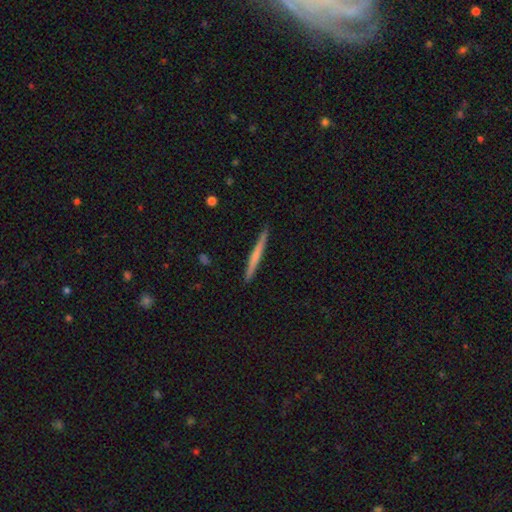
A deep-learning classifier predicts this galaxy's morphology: This is possibly a smooth galaxy (51%). How rounded: clearly cigar-shaped (97%). Merging: clearly none (90%).